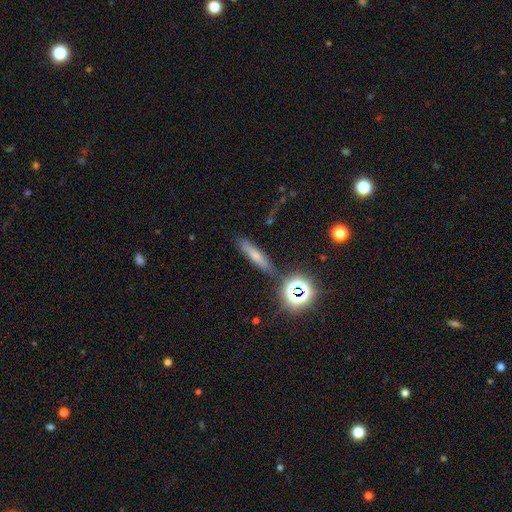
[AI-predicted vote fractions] smooth_or_featured: smooth (p=0.55) [alt: featured or disk p=0.25]
how_rounded: cigar-shaped (p=0.78) [alt: in between p=0.15]
merging: none (p=0.79) [alt: minor disturbance p=0.12]